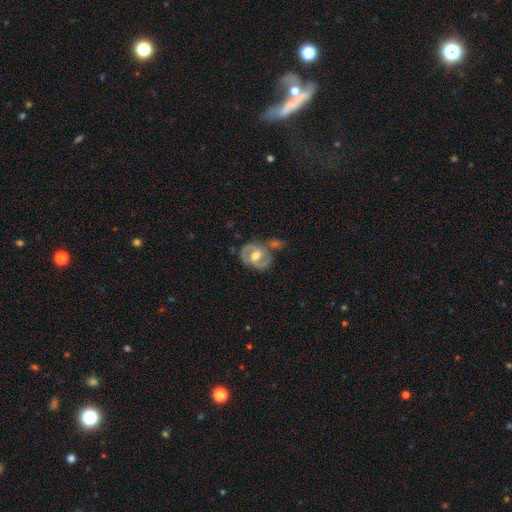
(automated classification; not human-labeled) A featured or disk galaxy (77%) with a weak bar (46%), 2 (83%) medium (49%) spiral arms (84%) and a moderate central bulge (72%). Merging: none (58%).